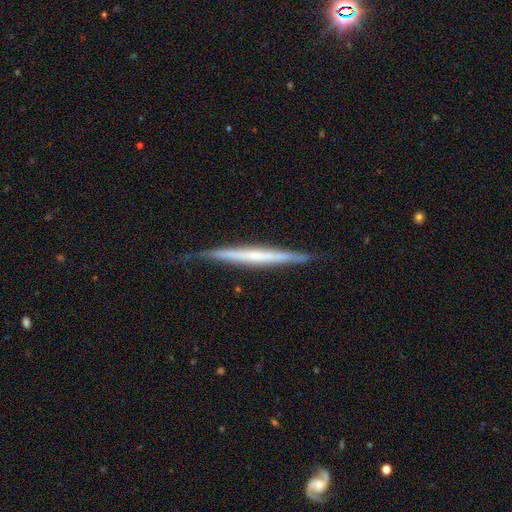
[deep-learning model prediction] smooth_or_featured: featured or disk (p=0.63) [alt: smooth p=0.32]
disk_edge_on: yes (p=0.97) [alt: no p=0.03]
edge_on_bulge: none (p=0.73) [alt: rounded p=0.19]
merging: none (p=0.79) [alt: minor disturbance p=0.17]